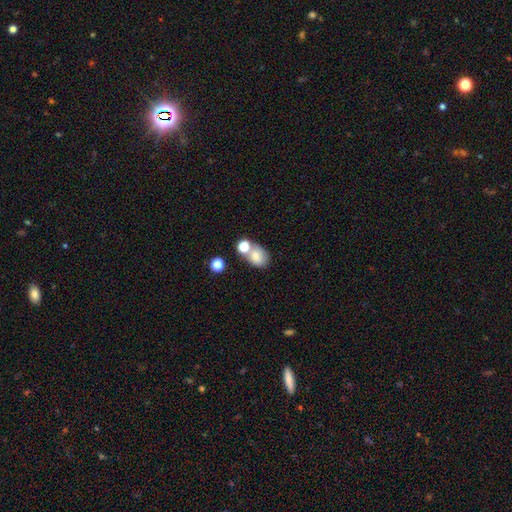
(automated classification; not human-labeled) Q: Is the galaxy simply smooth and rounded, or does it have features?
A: smooth — 74%.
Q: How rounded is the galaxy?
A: in between — 65%.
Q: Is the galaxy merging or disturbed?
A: none — 43%.